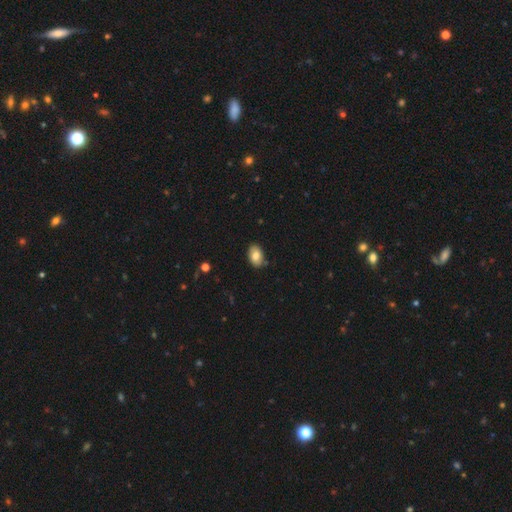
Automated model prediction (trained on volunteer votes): A smooth galaxy with no disk features (80%) that is in between round and cigar-shaped (89%). Merging: none (83%).